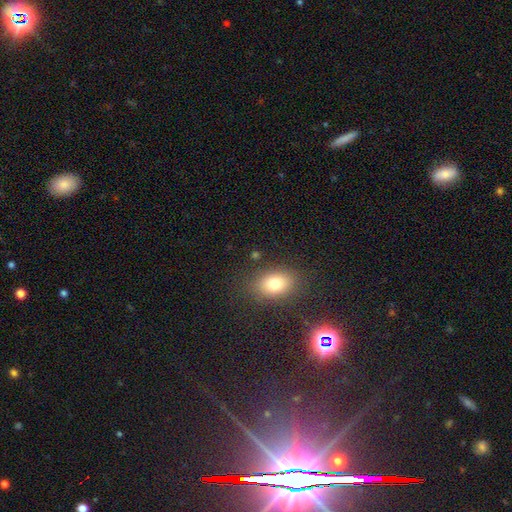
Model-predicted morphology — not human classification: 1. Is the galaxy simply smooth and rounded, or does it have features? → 73% smooth, 16% star or artifact, 11% featured or disk.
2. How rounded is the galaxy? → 77% in between, 21% round, 2% cigar-shaped.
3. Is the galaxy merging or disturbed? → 83% none, 10% minor disturbance, 4% major disturbance, 3% merger.